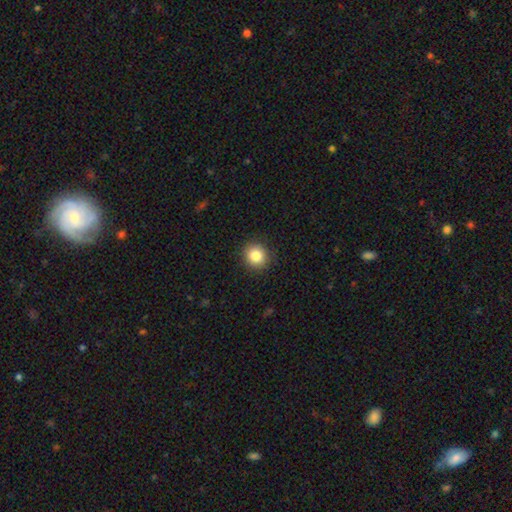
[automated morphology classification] type=smooth (84%); roundness=round (89%); merging=none (91%).